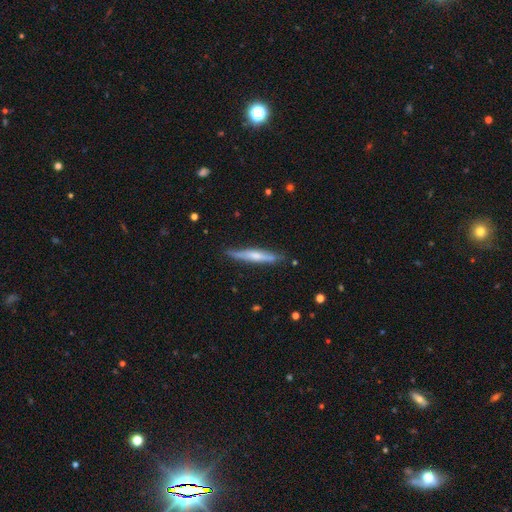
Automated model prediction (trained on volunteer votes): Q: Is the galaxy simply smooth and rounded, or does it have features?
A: featured or disk — 50%.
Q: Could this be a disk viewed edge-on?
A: yes — 91%.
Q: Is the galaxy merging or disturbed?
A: none — 79%.